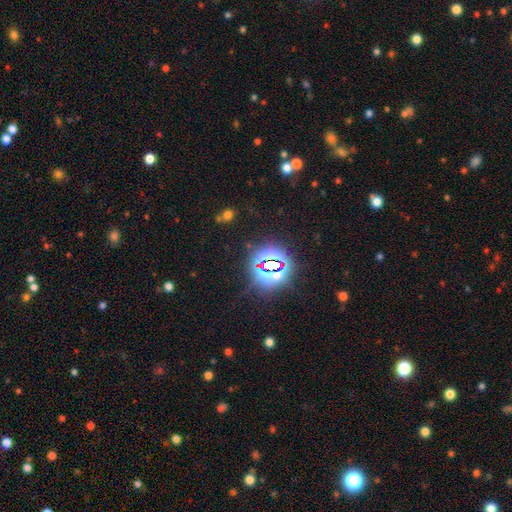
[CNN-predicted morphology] Smooth or featured? Predicted: star or artifact (p=0.81).